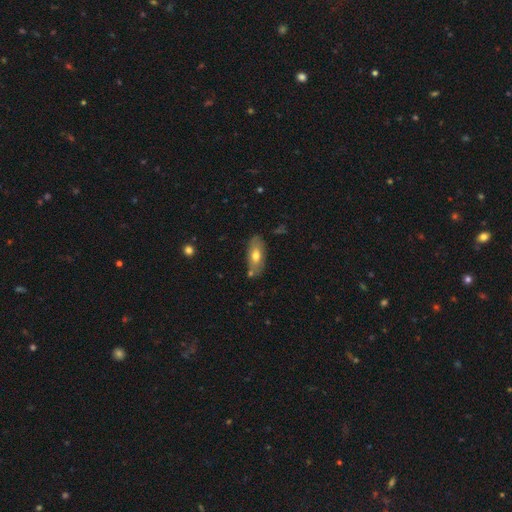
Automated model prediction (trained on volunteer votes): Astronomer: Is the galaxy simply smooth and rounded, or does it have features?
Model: smooth — 66%.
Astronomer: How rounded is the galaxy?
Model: in between — 84%.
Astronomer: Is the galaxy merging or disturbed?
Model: none — 75%.